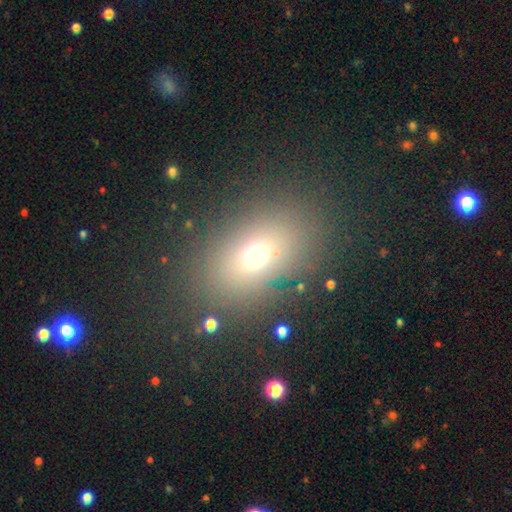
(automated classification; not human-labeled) Q: Smooth or featured?
A: smooth (65%); runner-up: star or artifact (20%)
Q: How rounded?
A: in between (72%); runner-up: round (25%)
Q: Merging?
A: none (82%); runner-up: minor disturbance (10%)